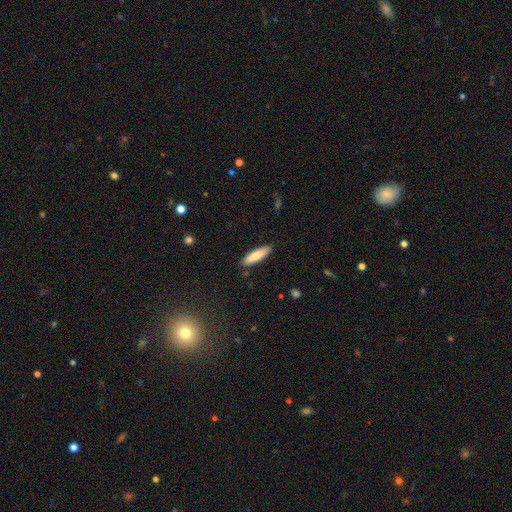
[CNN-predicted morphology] Smooth or featured?
  - smooth: 78% *
  - featured or disk: 17%
  - star or artifact: 6%
How rounded?
  - cigar-shaped: 66% *
  - in between: 33%
  - round: 1%
Merging?
  - none: 88% *
  - minor disturbance: 9%
  - major disturbance: 2%
  - merger: 1%